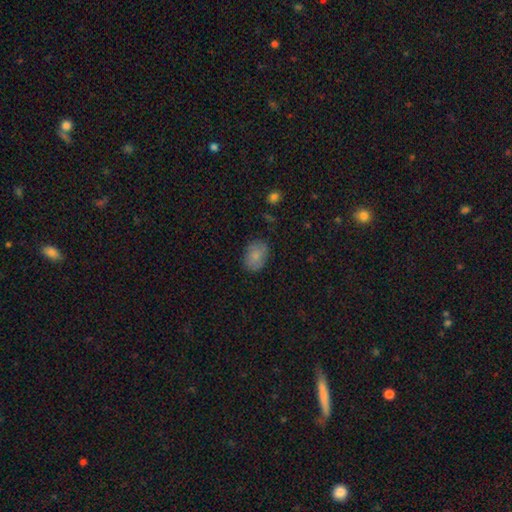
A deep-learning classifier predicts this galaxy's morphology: A smooth galaxy with no disk features (83%) that is in between round and cigar-shaped (79%). Merging: none (81%).